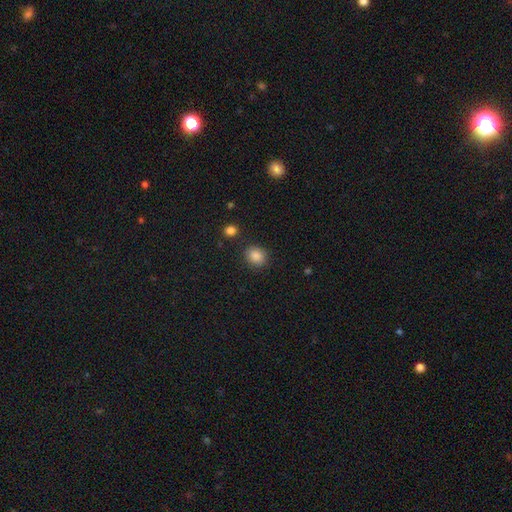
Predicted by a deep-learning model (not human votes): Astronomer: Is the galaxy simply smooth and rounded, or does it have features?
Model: smooth — 87%.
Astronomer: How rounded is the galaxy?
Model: round — 71%.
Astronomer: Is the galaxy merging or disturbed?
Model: none — 86%.